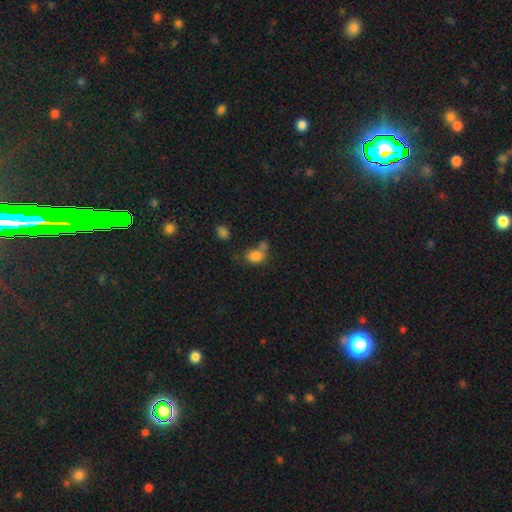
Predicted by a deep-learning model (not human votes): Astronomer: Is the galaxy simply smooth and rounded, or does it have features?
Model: smooth — 81%.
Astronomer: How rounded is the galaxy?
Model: in between — 70%.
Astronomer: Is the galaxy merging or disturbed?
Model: none — 40% (runner-up: merger, 36%).